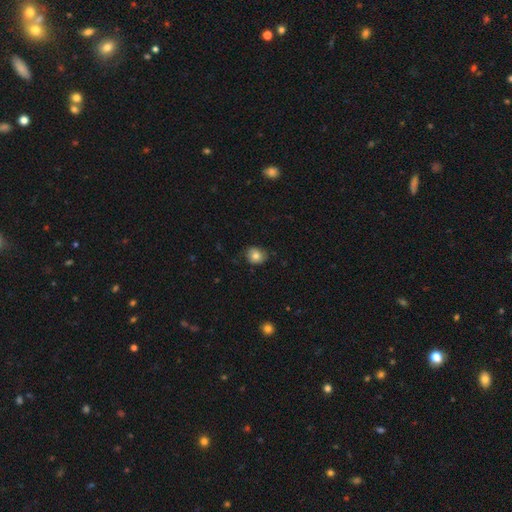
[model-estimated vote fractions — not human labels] This is likely a smooth galaxy (77%). How rounded: likely round (66%). Merging: likely none (76%).